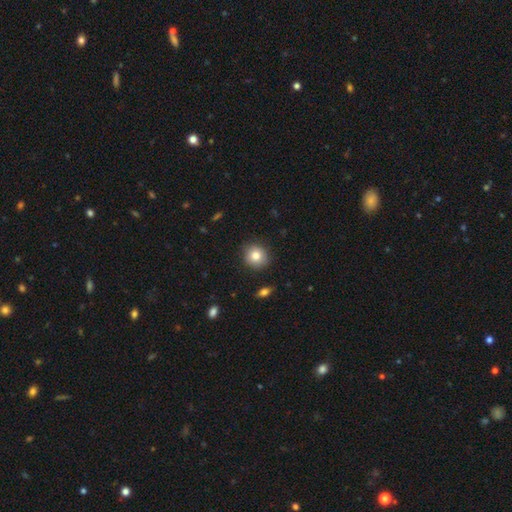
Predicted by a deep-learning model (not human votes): This appears to be a smooth galaxy with no disk features (82%) that is round (86%). Merging: none (86%).